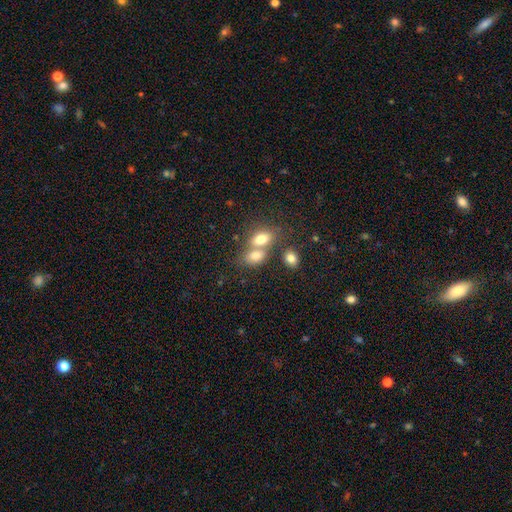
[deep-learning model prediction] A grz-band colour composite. It shows a smooth galaxy with no disk features (76%) that is in between round and cigar-shaped (80%). Merging: merger (57%).